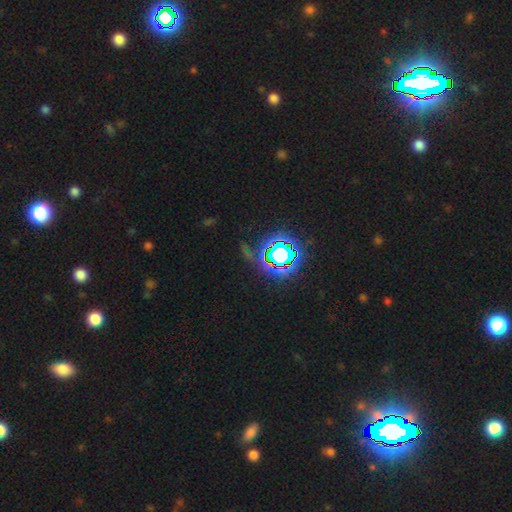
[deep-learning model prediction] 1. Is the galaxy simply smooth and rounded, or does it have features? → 81% star or artifact, 11% smooth, 8% featured or disk.